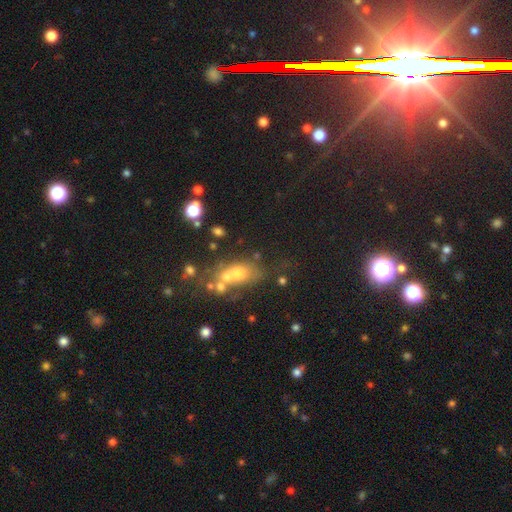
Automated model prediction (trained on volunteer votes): Overall: star or artifact (47%; featured or disk 30%).